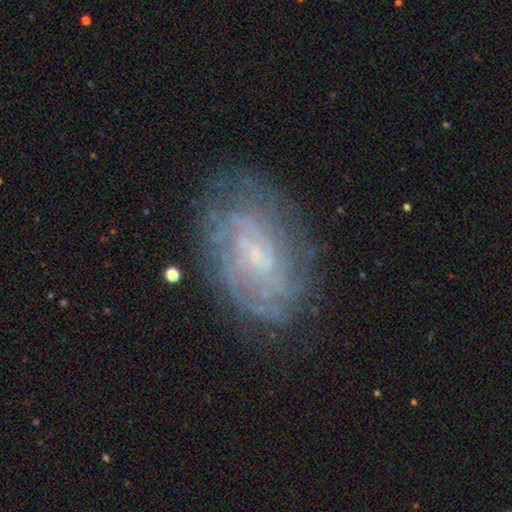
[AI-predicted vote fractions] A featured or disk galaxy (77%) with no bar (54%), tight (65%) spiral arms (87%) and a small central bulge (78%). Merging: none (76%).